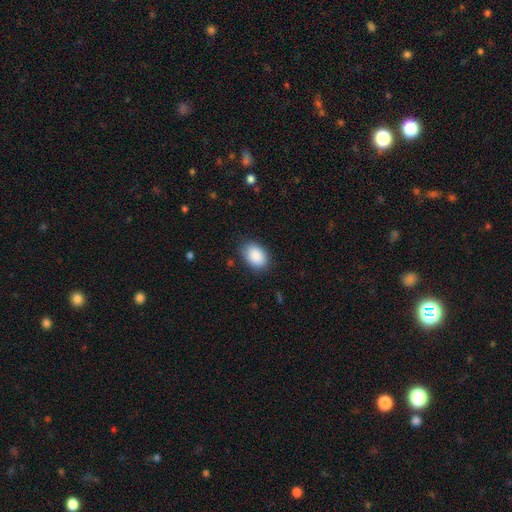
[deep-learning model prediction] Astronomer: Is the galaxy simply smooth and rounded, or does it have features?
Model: smooth — 90%.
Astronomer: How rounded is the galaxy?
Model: in between — 84%.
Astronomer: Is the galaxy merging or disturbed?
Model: none — 82%.